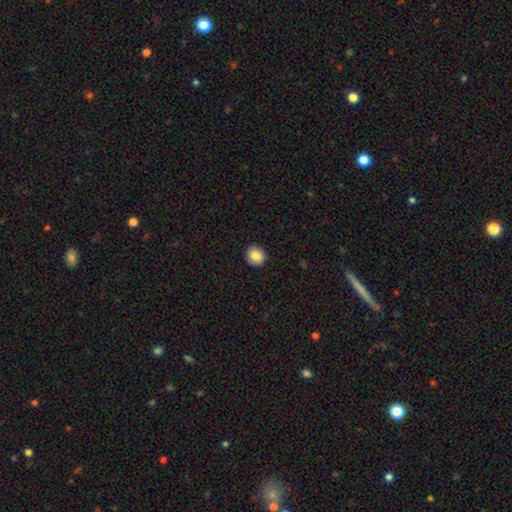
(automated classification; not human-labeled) Smooth or featured?
  - smooth: 87% *
  - star or artifact: 8%
  - featured or disk: 5%
How rounded?
  - round: 86% *
  - in between: 14%
  - cigar-shaped: 1%
Merging?
  - none: 90% *
  - minor disturbance: 7%
  - major disturbance: 2%
  - merger: 1%